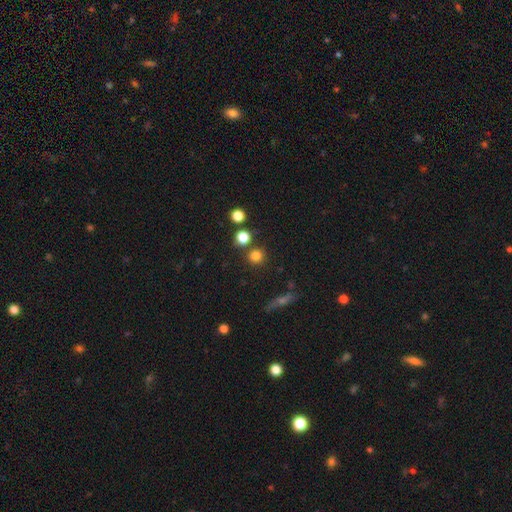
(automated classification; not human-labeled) smooth 80%, star or artifact 15%, featured or disk 6%. Down the decision tree: how rounded — round (91%); merging — none (80%).